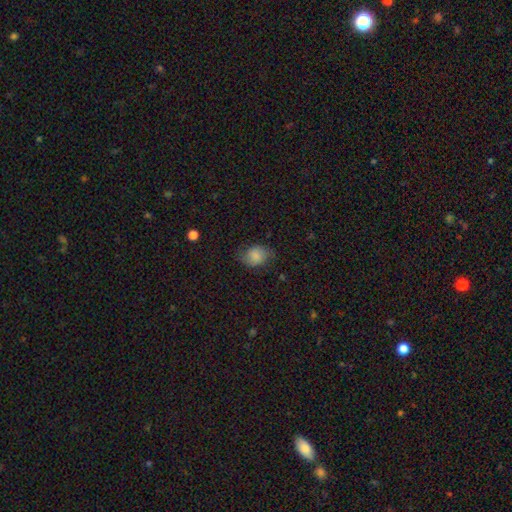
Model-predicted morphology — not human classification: Smooth or featured? smooth (70%)
How rounded? in between (59%)
Merging? none (66%)